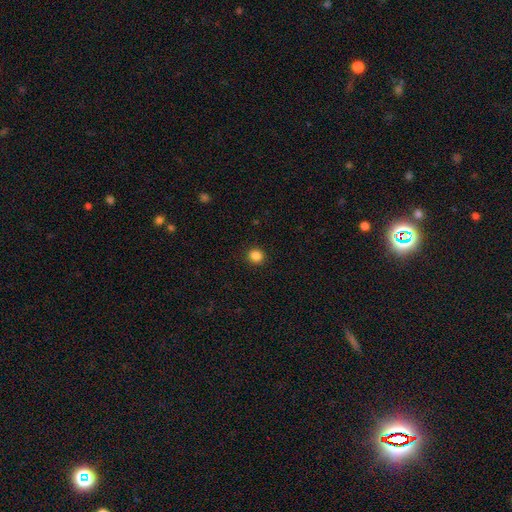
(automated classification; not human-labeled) Smooth or featured? smooth (85%)
How rounded? round (90%)
Merging? none (92%)